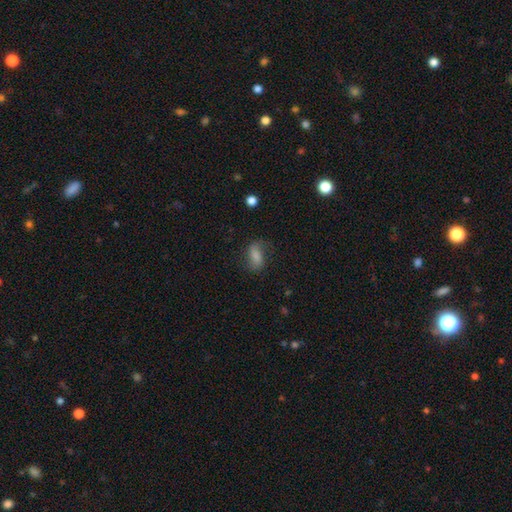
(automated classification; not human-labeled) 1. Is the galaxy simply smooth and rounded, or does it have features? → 71% smooth, 21% featured or disk, 9% star or artifact.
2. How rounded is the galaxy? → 85% in between, 8% round, 7% cigar-shaped.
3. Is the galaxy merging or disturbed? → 65% none, 22% minor disturbance, 11% major disturbance, 2% merger.